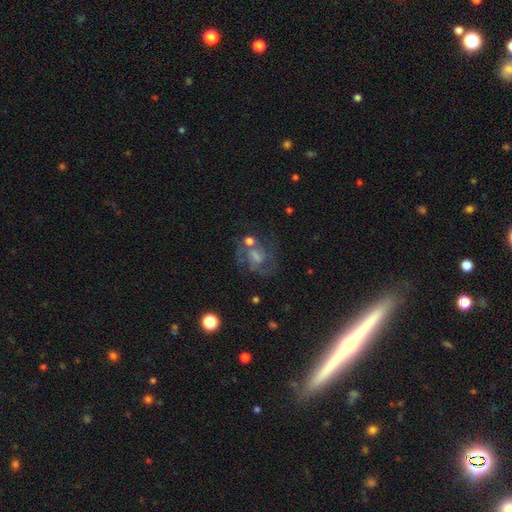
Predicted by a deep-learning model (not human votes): This is likely a featured or disk galaxy (65%). It is clearly not viewed edge-on (96%). Bar: possibly no (53%). Spiral arm pattern: clearly yes (81%). Spiral arm count: possibly 2 (54%). Spiral winding: possibly medium (48%). Central bulge: marginally moderate (34%). Merging: possibly none (59%).